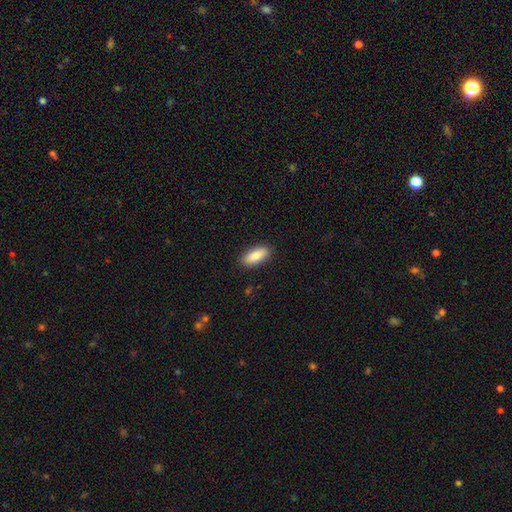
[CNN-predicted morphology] type=smooth (87%); roundness=in between (80%); merging=none (89%).